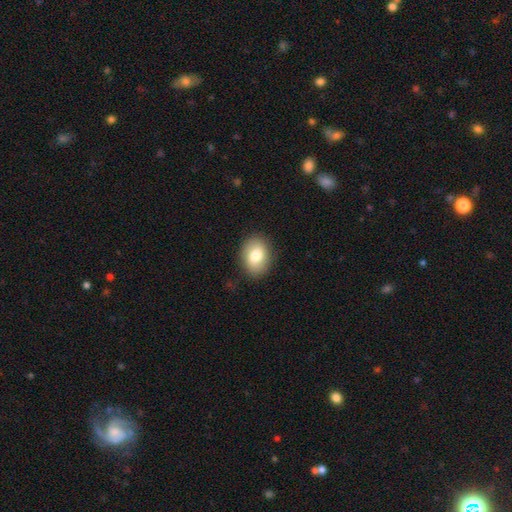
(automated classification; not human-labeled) A smooth galaxy with no disk features (79%) that is in between round and cigar-shaped (70%).

Vote fractions:
- Smooth or featured? smooth: 79% / featured or disk: 14% / star or artifact: 7%
- How rounded? in between: 70% / round: 29% / cigar-shaped: 1%
- Merging? none: 87% / minor disturbance: 10% / major disturbance: 3% / merger: 1%